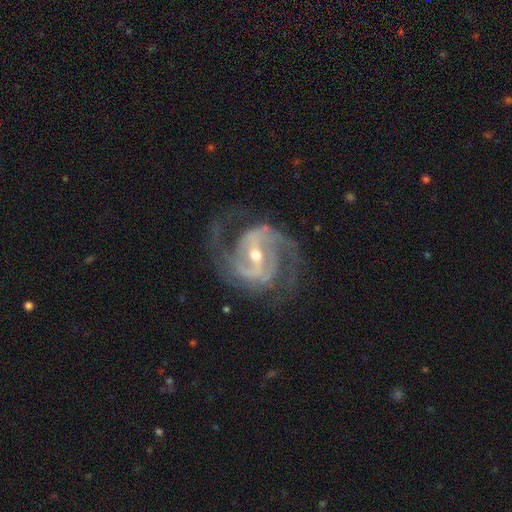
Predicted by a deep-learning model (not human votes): Smooth or featured: featured or disk — 92% (star or artifact — 5%)
Edge-on disk: no — 97% (yes — 3%)
Bar: strong — 49% (weak — 38%)
Spiral arms: yes — 98% (no — 2%)
Spiral winding: medium — 56% (tight — 29%)
Spiral arm count: 2 — 71% (3 — 15%)
Bulge size: moderate — 56% (small — 40%)
Merging: none — 71% (minor disturbance — 16%)